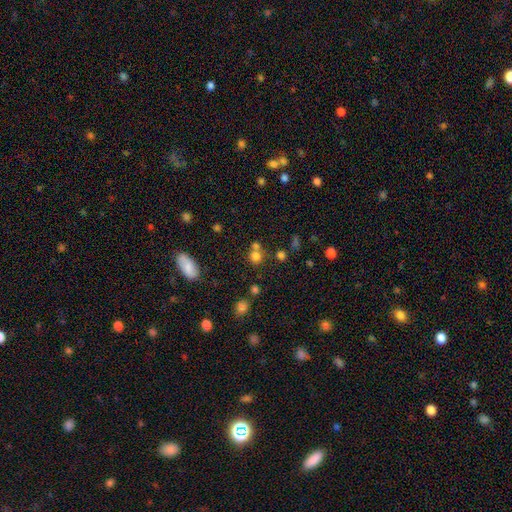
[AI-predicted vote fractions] Smooth or featured? smooth (76%)
How rounded? round (81%)
Merging? none (51%)